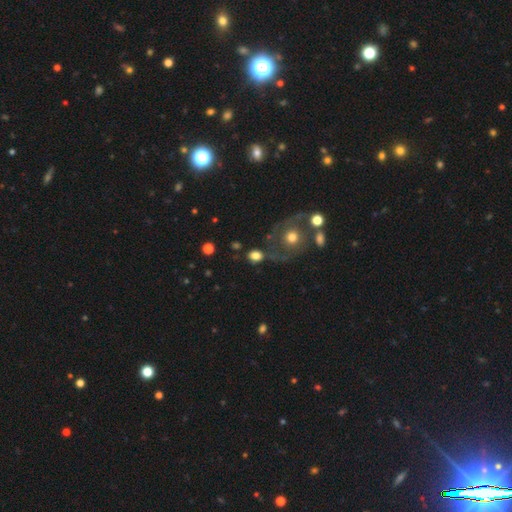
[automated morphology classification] Smooth or featured? Predicted: smooth (p=0.77). How rounded? Predicted: round (p=0.54). Merging? Predicted: none (p=0.62).